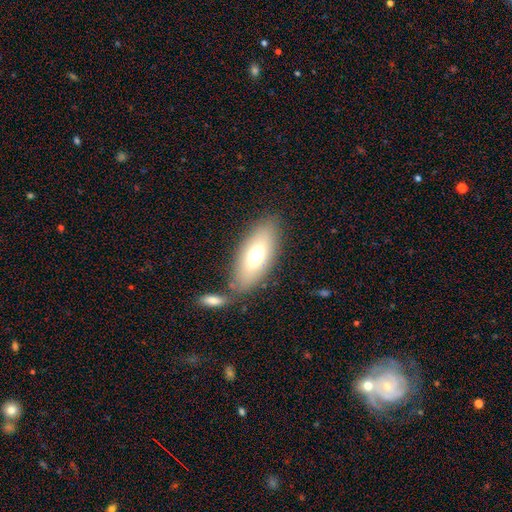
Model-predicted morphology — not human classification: smooth-or-featured: smooth: 67% | featured or disk: 25% | star or artifact: 7%
  how-rounded: in between: 79% | cigar-shaped: 19% | round: 2%
  merging: none: 72% | minor disturbance: 12% | merger: 12% | major disturbance: 4%